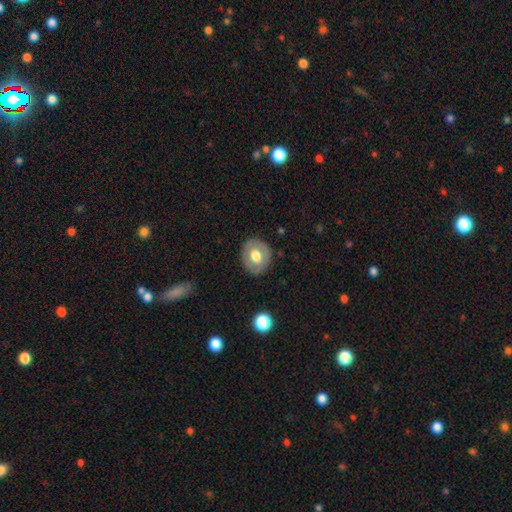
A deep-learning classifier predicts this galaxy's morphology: A smooth galaxy with no disk features (55%) that is round (56%). Merging: none (84%).